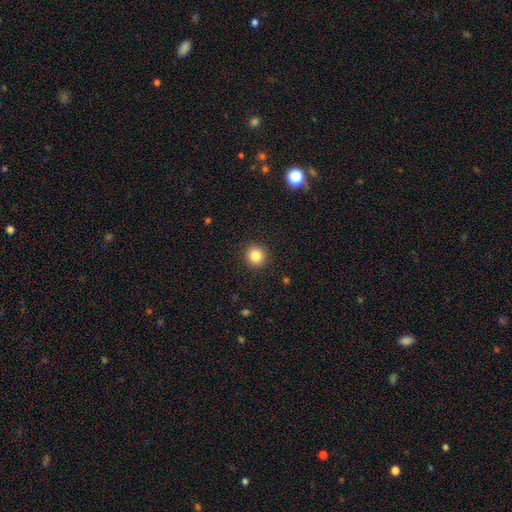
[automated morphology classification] Q: Smooth or featured?
A: smooth (84%); runner-up: star or artifact (10%)
Q: How rounded?
A: round (91%); runner-up: in between (8%)
Q: Merging?
A: none (92%); runner-up: minor disturbance (5%)